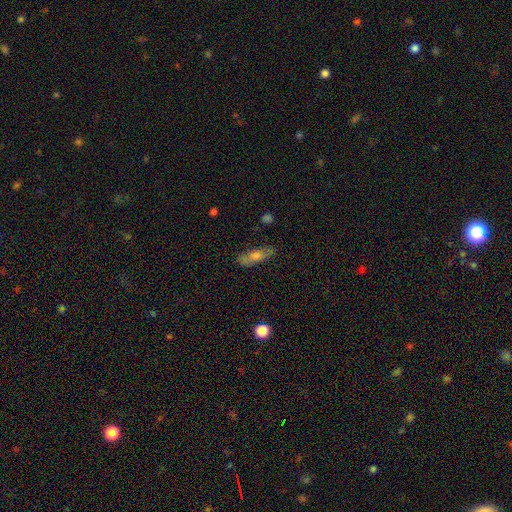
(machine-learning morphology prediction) Smooth or featured? Predicted: smooth (p=0.55). How rounded? Predicted: cigar-shaped (p=0.50). Merging? Predicted: none (p=0.79).